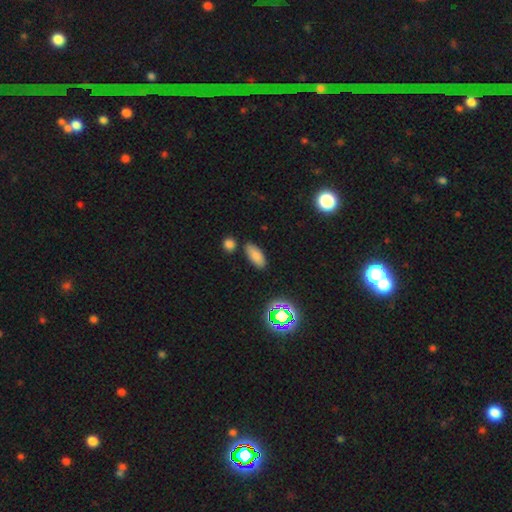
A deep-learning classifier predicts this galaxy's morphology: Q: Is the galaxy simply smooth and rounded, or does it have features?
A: smooth — 80%.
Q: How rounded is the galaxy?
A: in between — 84%.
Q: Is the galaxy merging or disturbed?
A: none — 81%.